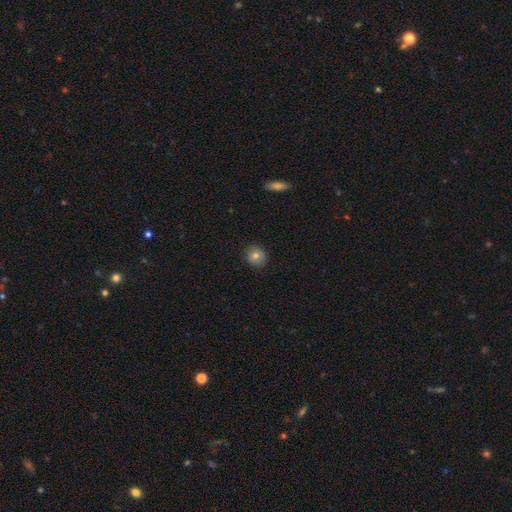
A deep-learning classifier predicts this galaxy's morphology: Overall: smooth (79%). How rounded: round (89%). Merging: none (89%).